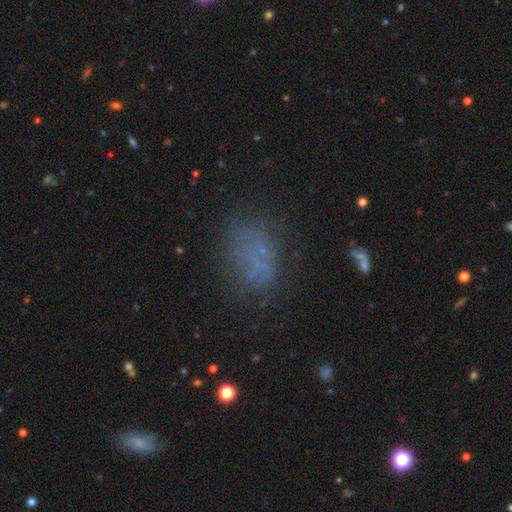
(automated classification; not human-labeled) Q: Smooth or featured?
A: smooth (59%); runner-up: star or artifact (24%)
Q: How rounded?
A: in between (82%); runner-up: round (16%)
Q: Merging?
A: none (65%); runner-up: minor disturbance (18%)